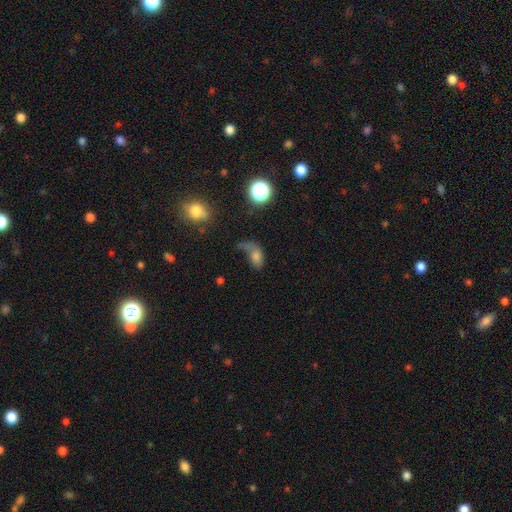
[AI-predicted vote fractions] Smooth or featured?
  - smooth: 57% *
  - featured or disk: 27%
  - star or artifact: 16%
How rounded?
  - in between: 76% *
  - round: 19%
  - cigar-shaped: 4%
Merging?
  - major disturbance: 44% *
  - none: 27%
  - minor disturbance: 19%
  - merger: 11%